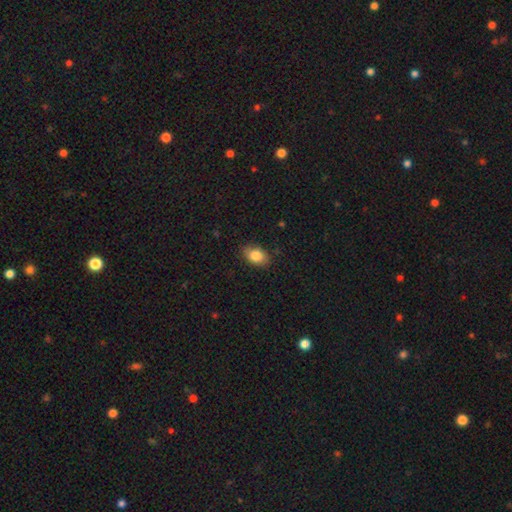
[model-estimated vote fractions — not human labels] Overall: smooth (84%). How rounded: in between (82%). Merging: none (83%).